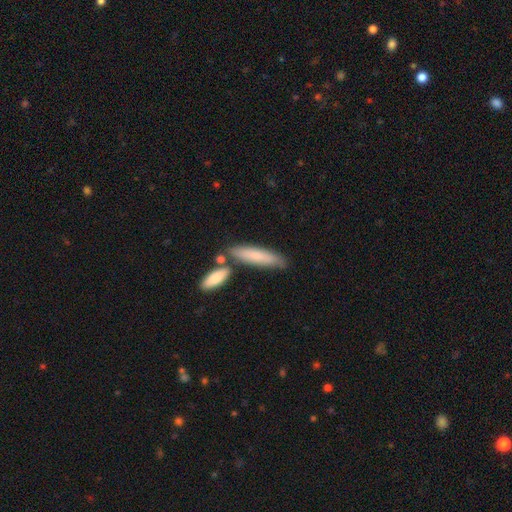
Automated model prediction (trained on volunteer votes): This appears to be a smooth galaxy with no disk features (74%) that is cigar-shaped (76%). Merging: none (69%).